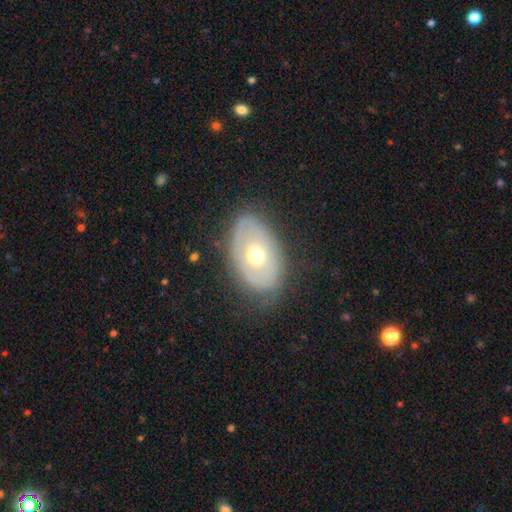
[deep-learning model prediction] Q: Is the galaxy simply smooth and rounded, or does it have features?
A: featured or disk — 50%.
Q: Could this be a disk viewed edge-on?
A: no — 89%.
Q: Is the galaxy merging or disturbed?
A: none — 73%.